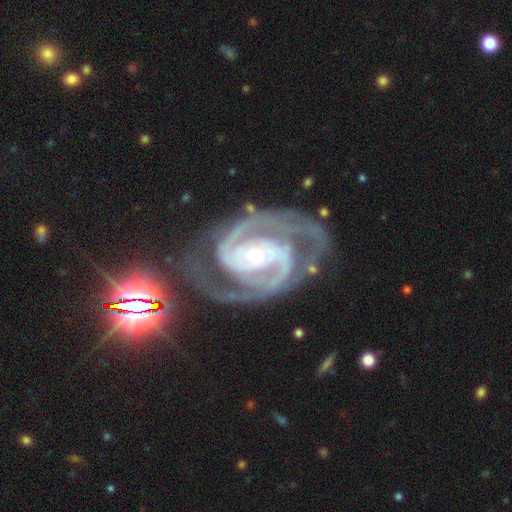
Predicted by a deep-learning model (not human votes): This appears to be a featured or disk galaxy (93%) with no bar (37%), 2 (81%) tight (53%) spiral arms (99%) and a small central bulge (59%). Merging: none (68%).